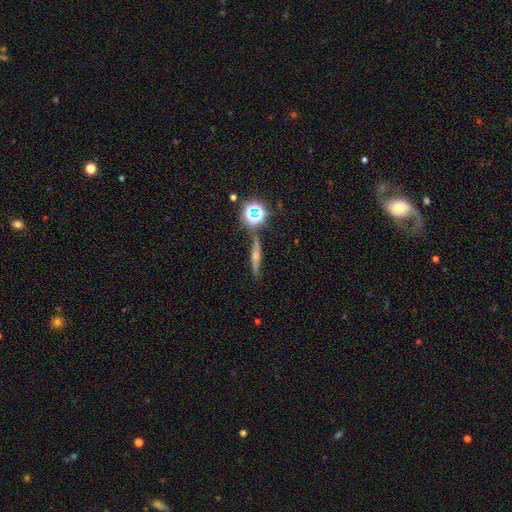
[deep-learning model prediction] This appears to be a featured or disk galaxy (62%) viewed edge-on (91%) with a rounded central bulge (84%). Merging: none (81%).